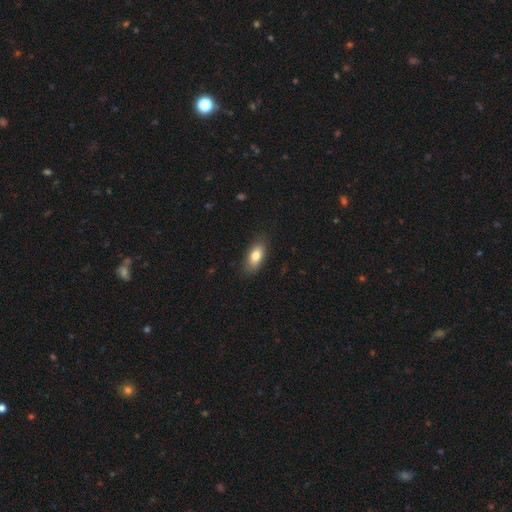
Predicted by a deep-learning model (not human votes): smooth_or_featured: smooth (p=0.81) [alt: featured or disk p=0.12]
how_rounded: in between (p=0.88) [alt: cigar-shaped p=0.08]
merging: none (p=0.84) [alt: minor disturbance p=0.12]